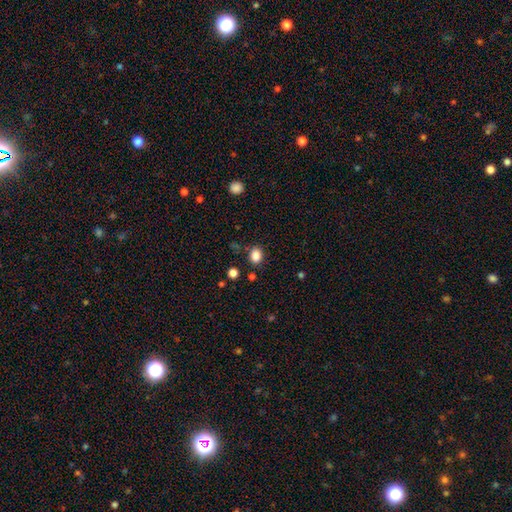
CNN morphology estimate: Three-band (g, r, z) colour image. It shows a smooth galaxy with no disk features (85%) that is in between round and cigar-shaped (52%). Merging: none (81%).